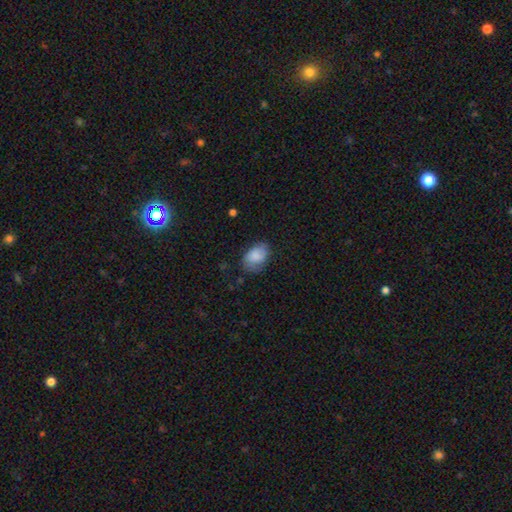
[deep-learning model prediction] This is likely a smooth galaxy (79%). How rounded: clearly in between (85%). Merging: likely none (63%).